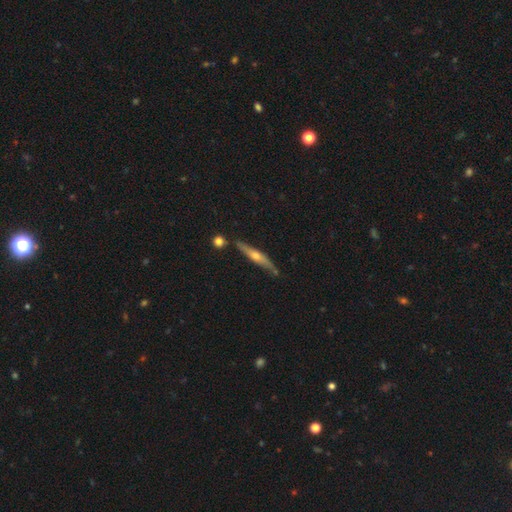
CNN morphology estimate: A featured or disk galaxy (70%) viewed edge-on (95%) with a rounded central bulge (86%).

Vote fractions:
- Smooth or featured? featured or disk: 70% / smooth: 24% / star or artifact: 6%
- Edge-on disk? yes: 95% / no: 5%
- Edge-on bulge? rounded: 86% / none: 9% / boxy: 5%
- Merging? none: 80% / minor disturbance: 13% / merger: 5% / major disturbance: 2%